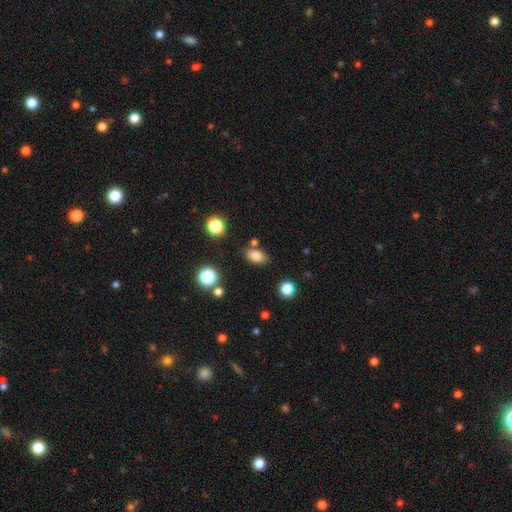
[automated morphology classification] smooth_or_featured: smooth (p=0.82) [alt: star or artifact p=0.11]
how_rounded: in between (p=0.86) [alt: round p=0.11]
merging: none (p=0.77) [alt: minor disturbance p=0.12]